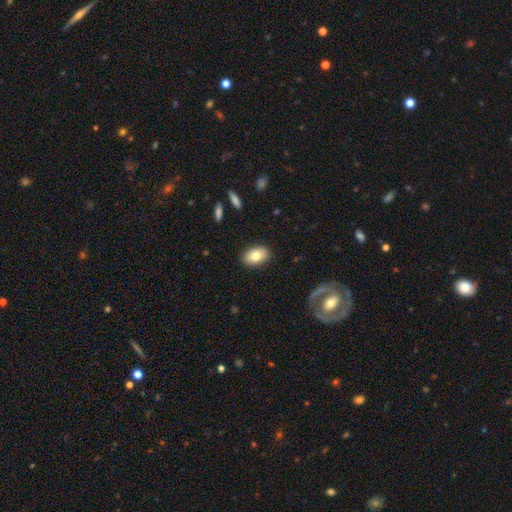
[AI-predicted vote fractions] Q: Smooth or featured?
A: smooth (77%); runner-up: featured or disk (15%)
Q: How rounded?
A: in between (88%); runner-up: round (10%)
Q: Merging?
A: none (88%); runner-up: minor disturbance (9%)